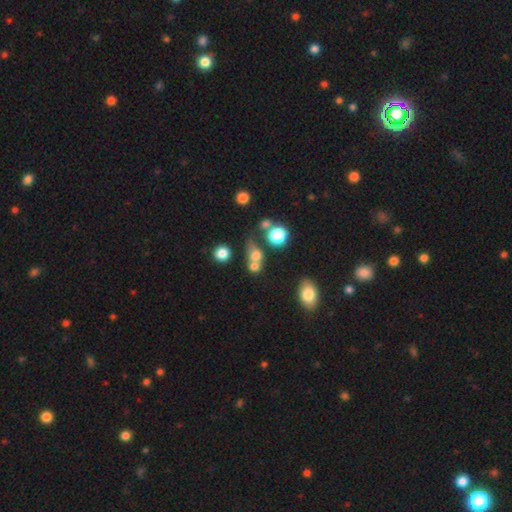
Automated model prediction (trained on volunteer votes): Smooth or featured?
  - smooth: 68% *
  - star or artifact: 17%
  - featured or disk: 15%
How rounded?
  - round: 69% *
  - in between: 28%
  - cigar-shaped: 3%
Merging?
  - merger: 47% *
  - none: 34%
  - minor disturbance: 11%
  - major disturbance: 8%